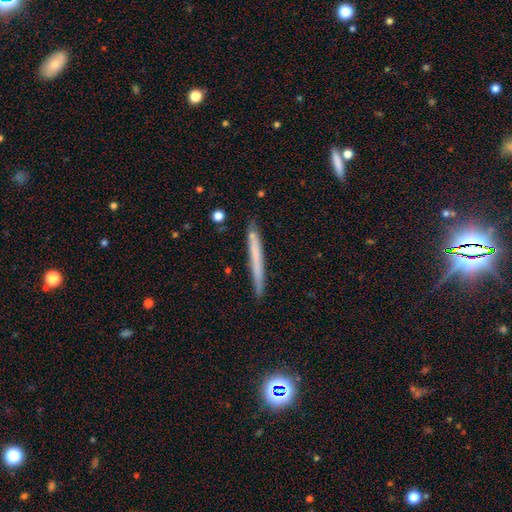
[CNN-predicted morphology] A smooth galaxy with no disk features (58%) that is cigar-shaped (97%).

Vote fractions:
- Smooth or featured? smooth: 58% / featured or disk: 35% / star or artifact: 7%
- How rounded? cigar-shaped: 97% / in between: 2% / round: 1%
- Merging? none: 87% / minor disturbance: 10% / major disturbance: 2% / merger: 2%